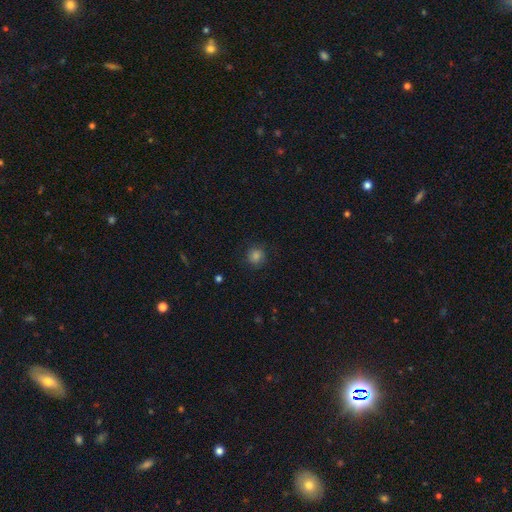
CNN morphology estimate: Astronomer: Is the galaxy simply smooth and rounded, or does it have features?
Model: smooth — 80%.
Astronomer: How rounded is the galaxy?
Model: round — 92%.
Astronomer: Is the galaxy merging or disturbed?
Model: none — 86%.